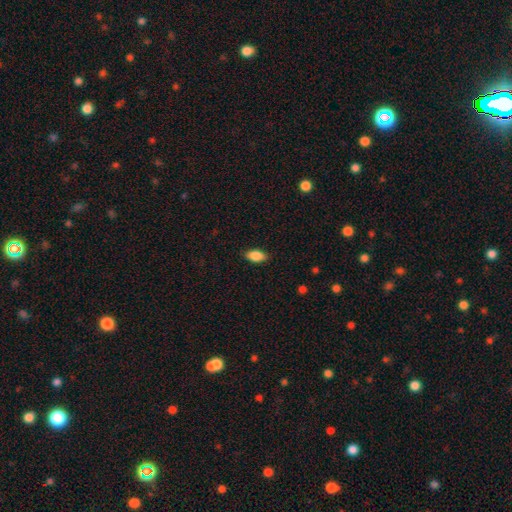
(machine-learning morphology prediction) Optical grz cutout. It shows a smooth galaxy with no disk features (87%) that is in between round and cigar-shaped (90%). Merging: none (87%).